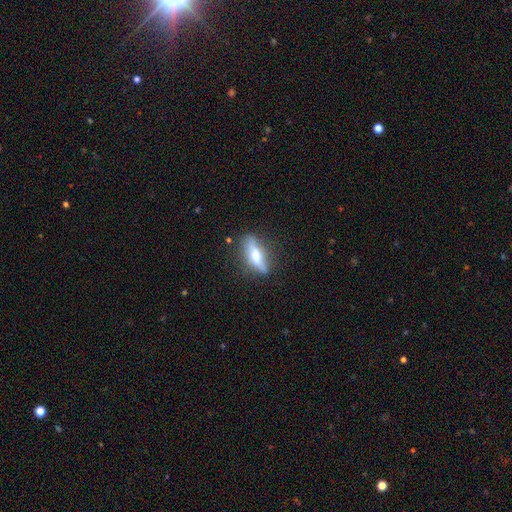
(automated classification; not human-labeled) Smooth or featured? featured or disk (47%)
Merging? none (71%)